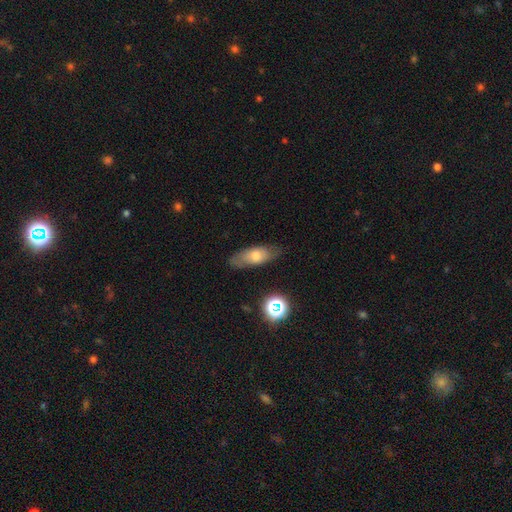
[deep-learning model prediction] A smooth galaxy with no disk features (64%) that is in between round and cigar-shaped (73%). Merging: none (77%).